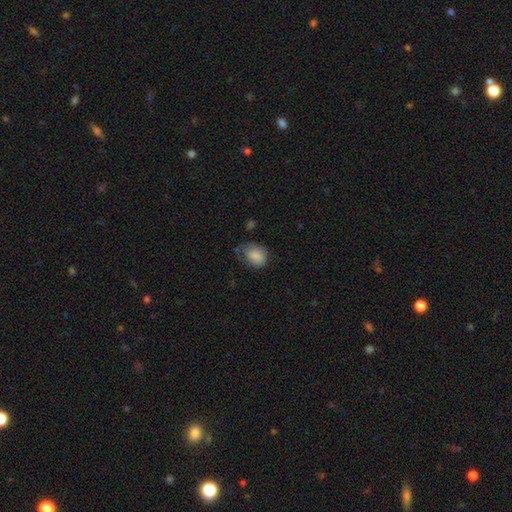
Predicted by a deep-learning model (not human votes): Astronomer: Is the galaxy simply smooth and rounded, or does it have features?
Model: smooth — 82%.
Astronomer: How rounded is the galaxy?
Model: in between — 70%.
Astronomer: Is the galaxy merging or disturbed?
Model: none — 41% (runner-up: minor disturbance, 37%).